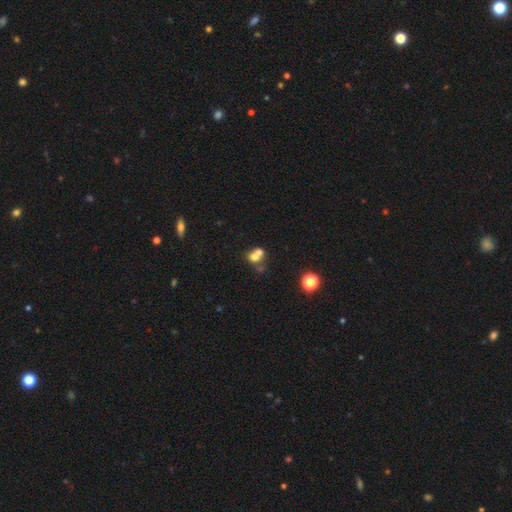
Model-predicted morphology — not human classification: The model was most divided on "merging": merger: 61%, none: 28%, minor disturbance: 7%, major disturbance: 5%. More confident: how rounded — round (70%); smooth or featured — smooth (63%).